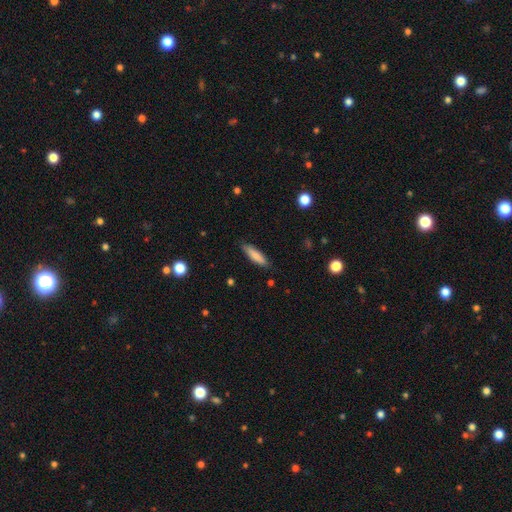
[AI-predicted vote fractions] Smooth or featured?
  - smooth: 81% *
  - featured or disk: 12%
  - star or artifact: 6%
How rounded?
  - cigar-shaped: 69% *
  - in between: 30%
  - round: 1%
Merging?
  - none: 85% *
  - minor disturbance: 12%
  - major disturbance: 2%
  - merger: 1%